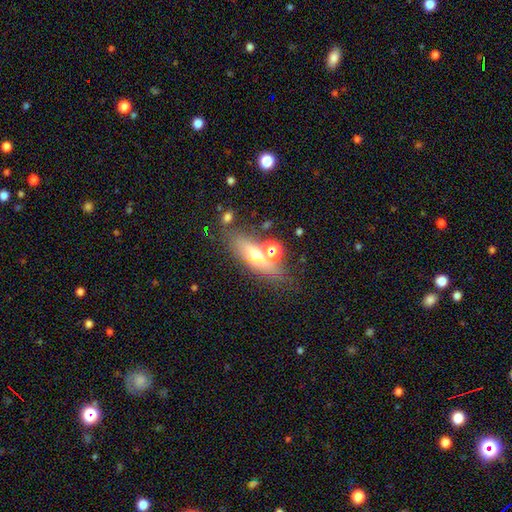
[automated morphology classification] smooth_or_featured: smooth (p=0.49) [alt: featured or disk p=0.32]
merging: none (p=0.65) [alt: merger p=0.14]